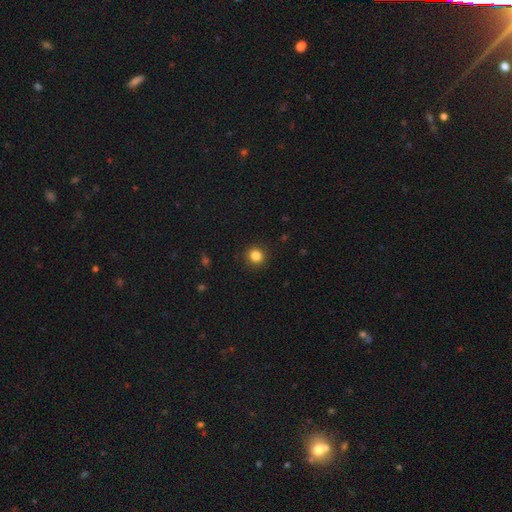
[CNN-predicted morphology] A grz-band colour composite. It shows a smooth galaxy with no disk features (84%) that is round (92%). Merging: none (91%).